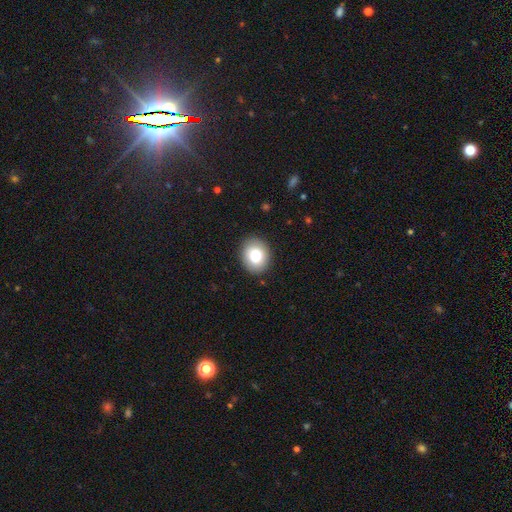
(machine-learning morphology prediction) Overall: smooth (80%). How rounded: round (58%; in between 41%). Merging: none (90%).